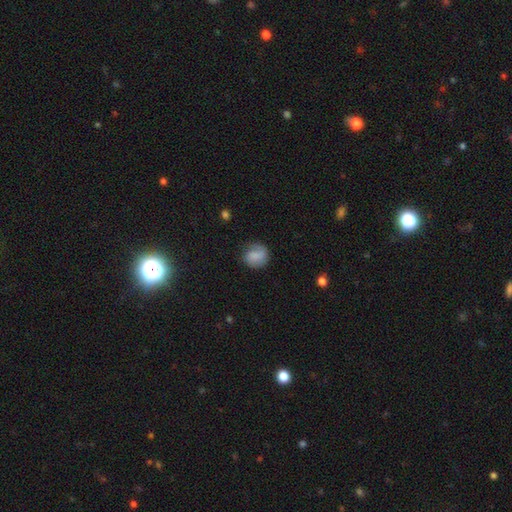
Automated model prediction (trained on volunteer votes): smooth 69%, featured or disk 22%, star or artifact 9%. Down the decision tree: how rounded — round (73%); merging — none (62%).